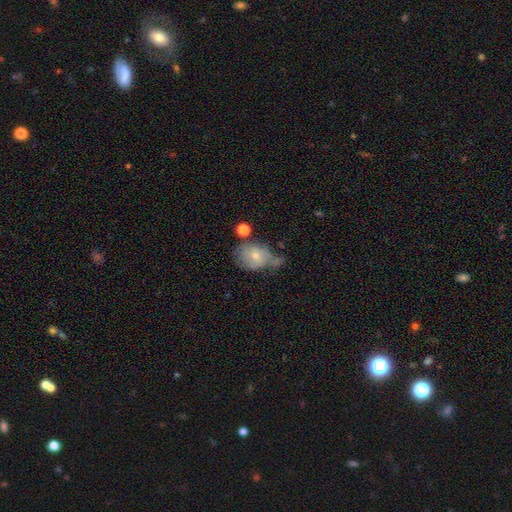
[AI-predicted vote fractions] This appears to be a featured or disk galaxy (54%) with no bar (73%), spiral arms (68%) and a small central bulge (61%). Merging: none (36%).